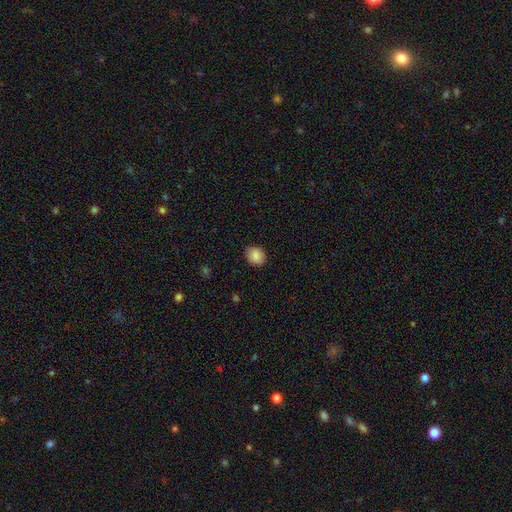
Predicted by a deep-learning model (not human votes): smooth 88%, star or artifact 8%, featured or disk 4%. Down the decision tree: how rounded — round (55%); merging — none (87%).